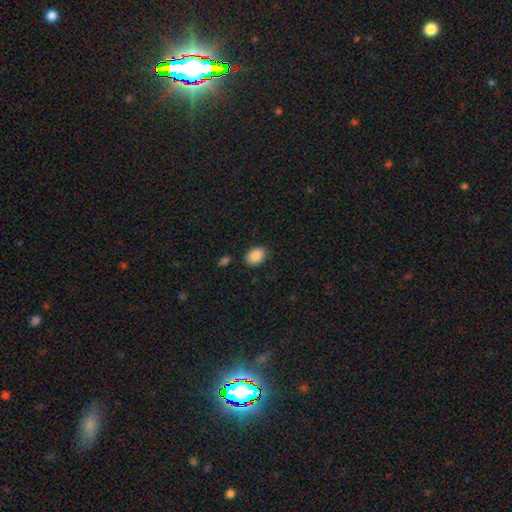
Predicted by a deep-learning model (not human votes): Smooth or featured? smooth (89%)
How rounded? in between (78%)
Merging? none (85%)